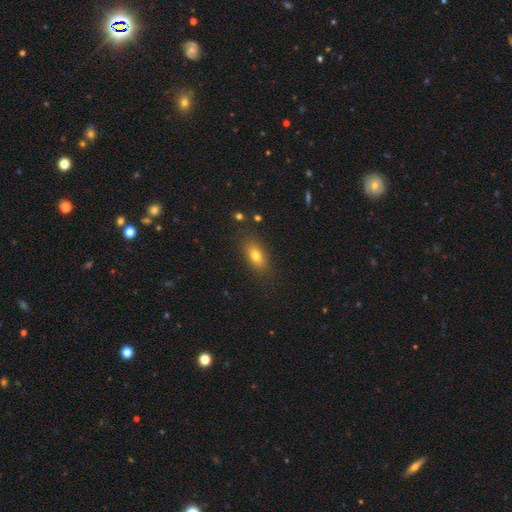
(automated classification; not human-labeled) This is likely a smooth galaxy (76%). How rounded: clearly in between (80%). Merging: clearly none (84%).